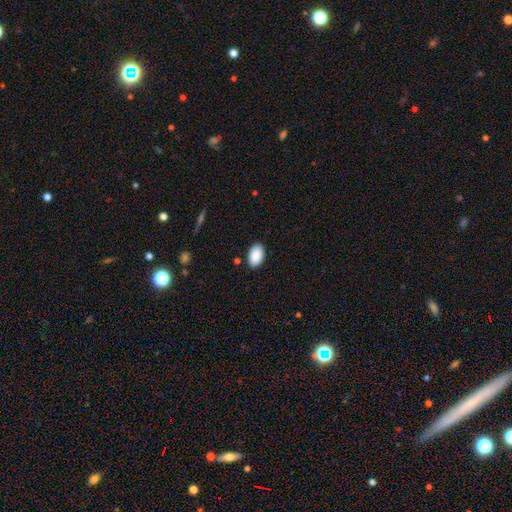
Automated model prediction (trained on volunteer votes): Smooth or featured? smooth (90%)
How rounded? in between (93%)
Merging? none (88%)